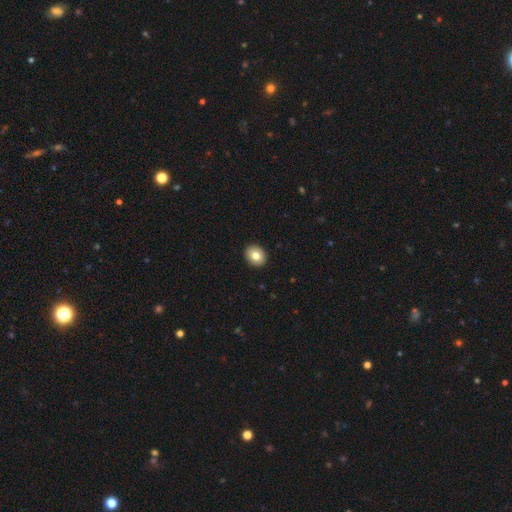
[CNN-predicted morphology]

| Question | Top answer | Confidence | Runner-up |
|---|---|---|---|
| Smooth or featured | smooth | 80% | featured or disk (12%) |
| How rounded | round | 59% | in between (41%) |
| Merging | none | 92% | minor disturbance (5%) |